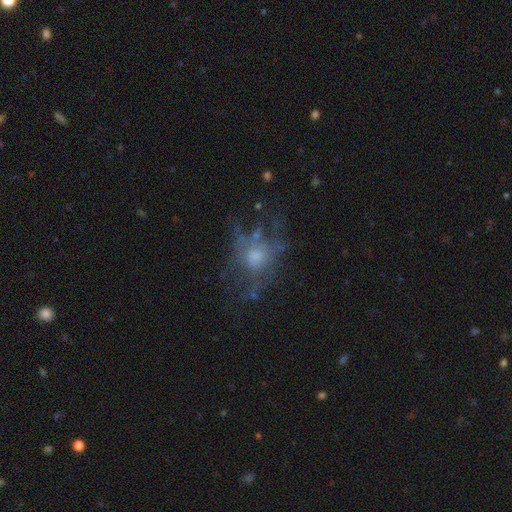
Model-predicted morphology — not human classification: This is possibly a featured or disk galaxy (48%). Merging: marginally none (43%).